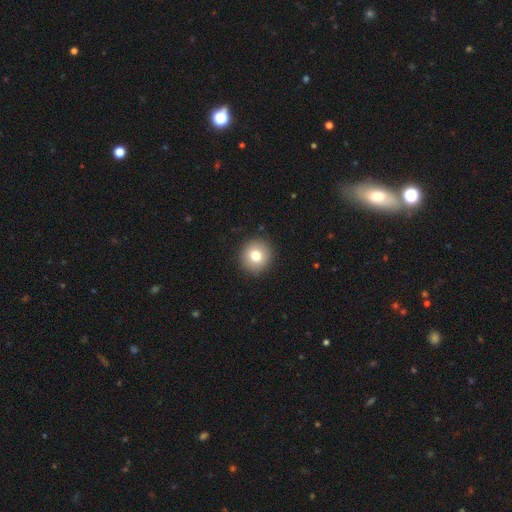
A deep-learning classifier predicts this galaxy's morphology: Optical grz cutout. It shows a smooth galaxy with no disk features (78%) that is round (94%). Merging: none (92%).